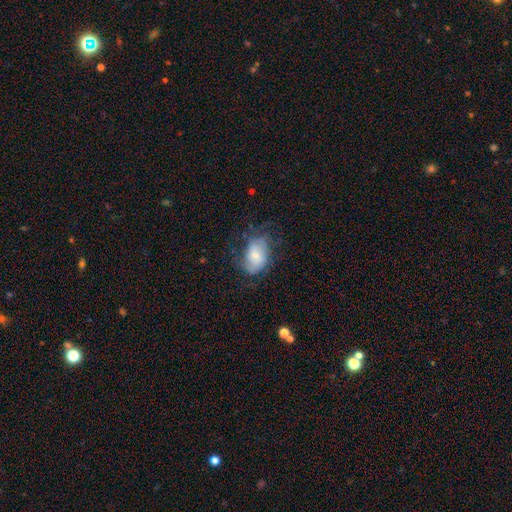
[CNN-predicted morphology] Smooth or featured? Predicted: smooth (p=0.57). How rounded? Predicted: in between (p=0.82). Merging? Predicted: none (p=0.45).